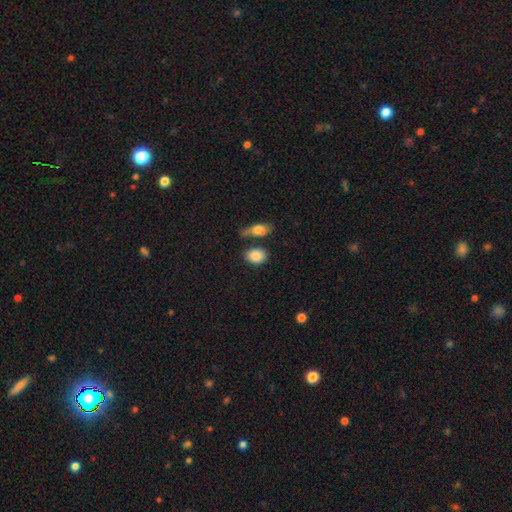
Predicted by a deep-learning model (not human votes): A smooth galaxy with no disk features (86%) that is in between round and cigar-shaped (61%).

Vote fractions:
- Smooth or featured? smooth: 86% / star or artifact: 7% / featured or disk: 7%
- How rounded? in between: 61% / round: 37% / cigar-shaped: 2%
- Merging? none: 66% / merger: 15% / minor disturbance: 14% / major disturbance: 5%